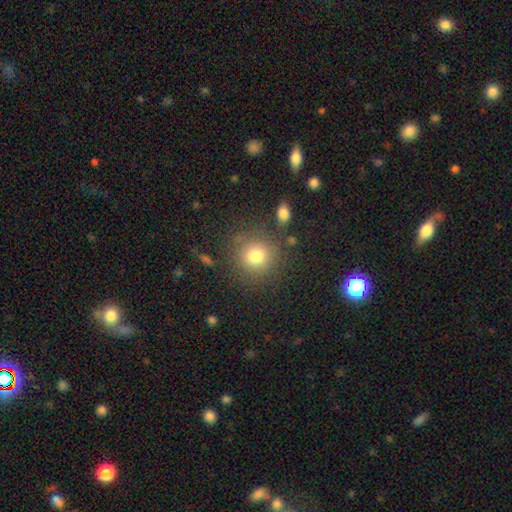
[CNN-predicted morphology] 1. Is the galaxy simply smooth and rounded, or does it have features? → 79% smooth, 12% star or artifact, 9% featured or disk.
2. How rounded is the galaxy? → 87% round, 11% in between, 1% cigar-shaped.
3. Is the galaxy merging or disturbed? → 81% none, 10% minor disturbance, 4% major disturbance, 4% merger.